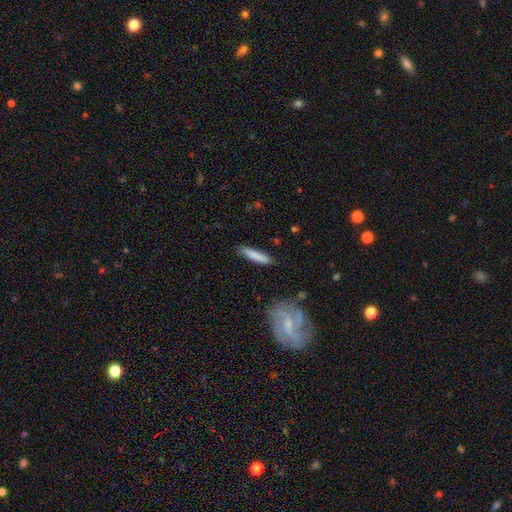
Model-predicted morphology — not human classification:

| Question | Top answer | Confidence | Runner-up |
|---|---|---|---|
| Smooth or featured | smooth | 83% | featured or disk (11%) |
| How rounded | cigar-shaped | 86% | in between (13%) |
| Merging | none | 86% | minor disturbance (10%) |